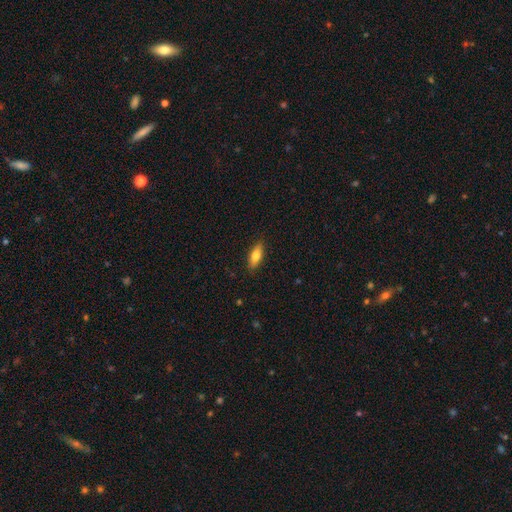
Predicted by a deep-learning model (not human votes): Smooth or featured?
  - smooth: 75% *
  - featured or disk: 19%
  - star or artifact: 6%
How rounded?
  - in between: 67% *
  - cigar-shaped: 30%
  - round: 3%
Merging?
  - none: 88% *
  - minor disturbance: 9%
  - major disturbance: 2%
  - merger: 1%